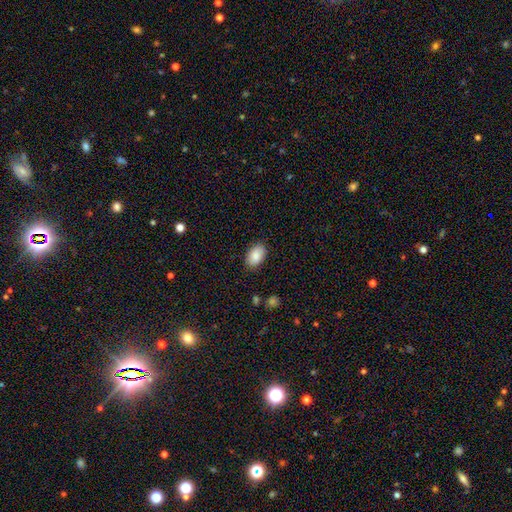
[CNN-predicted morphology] Smooth or featured? Predicted: smooth (p=0.88). How rounded? Predicted: in between (p=0.90). Merging? Predicted: none (p=0.86).